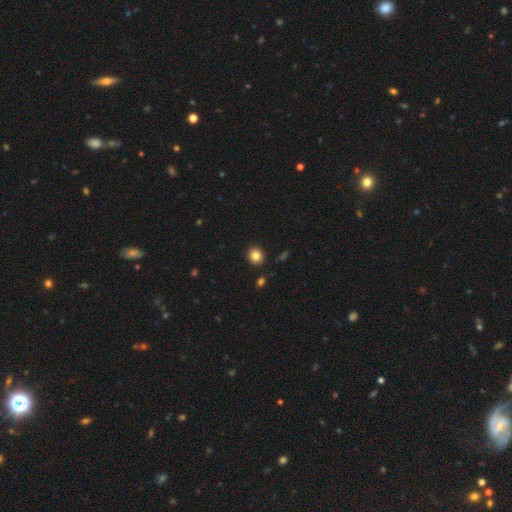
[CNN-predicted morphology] This is clearly a smooth galaxy (83%). How rounded: likely round (80%). Merging: clearly none (90%).